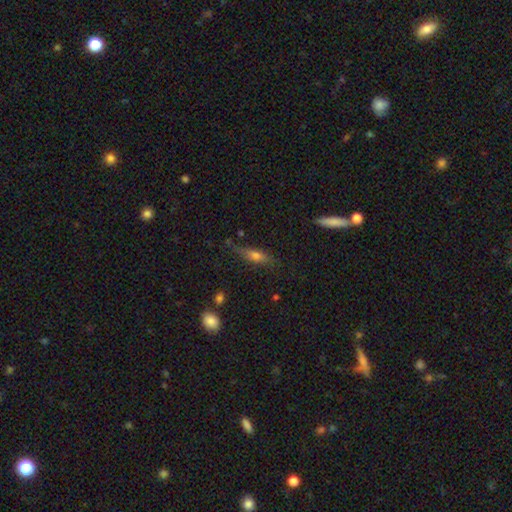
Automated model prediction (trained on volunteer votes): smooth 60%, featured or disk 30%, star or artifact 10%. Down the decision tree: how rounded — cigar-shaped (52%); merging — none (69%).